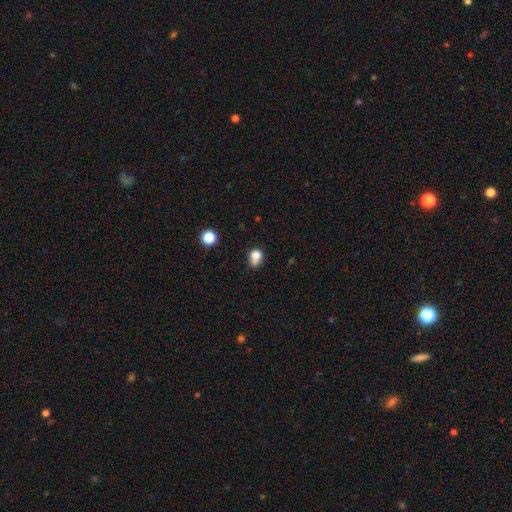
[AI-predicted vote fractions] smooth 77%, star or artifact 12%, featured or disk 10%. Down the decision tree: how rounded — round (54%); merging — none (41%).